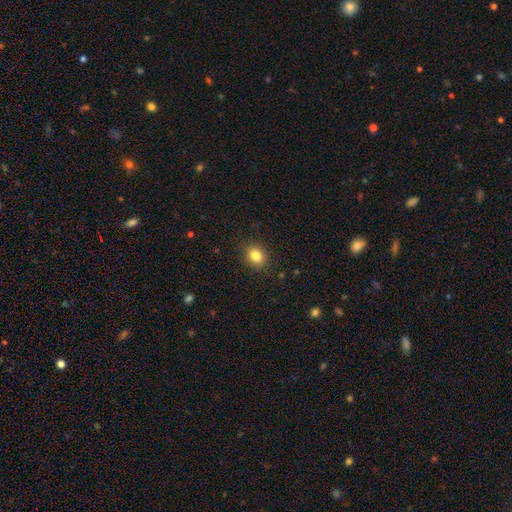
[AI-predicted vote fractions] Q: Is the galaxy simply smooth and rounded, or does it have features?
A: smooth — 83%.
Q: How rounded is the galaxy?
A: round — 57%.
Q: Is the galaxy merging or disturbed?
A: none — 89%.